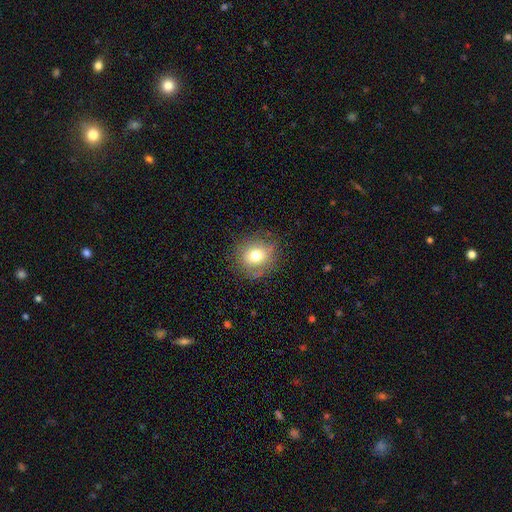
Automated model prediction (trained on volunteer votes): A smooth galaxy with no disk features (72%) that is round (79%). Merging: none (78%).